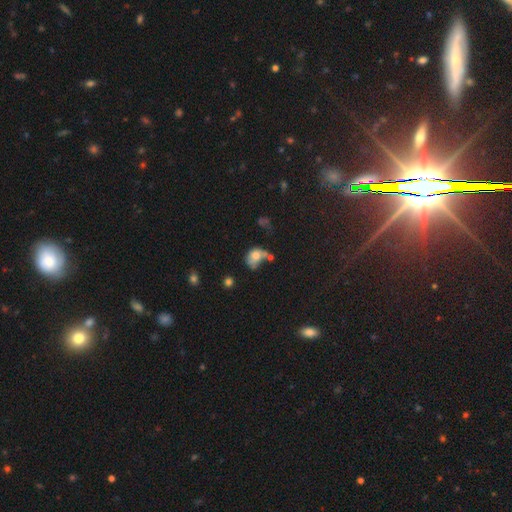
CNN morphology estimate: This appears to be a smooth galaxy with no disk features (66%) that is in between round and cigar-shaped (58%). Merging: merger (31%).